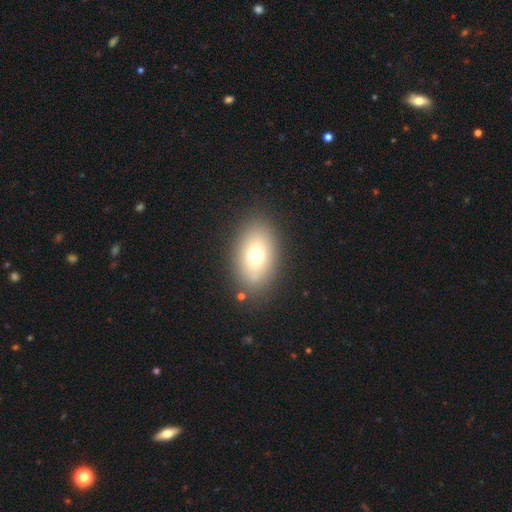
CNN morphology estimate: Smooth or featured: smooth — 71% (featured or disk — 19%)
How rounded: in between — 87% (round — 11%)
Merging: none — 85% (minor disturbance — 10%)